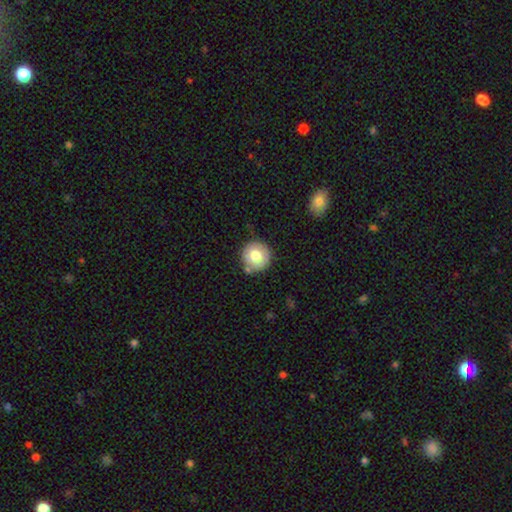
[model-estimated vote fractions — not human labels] A smooth galaxy with no disk features (73%) that is round (94%). Merging: none (80%).